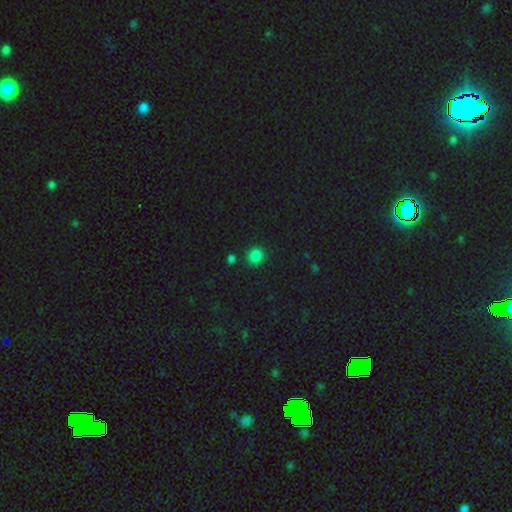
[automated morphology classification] A smooth galaxy with no disk features (81%) that is round (83%).

Vote fractions:
- Smooth or featured? smooth: 81% / star or artifact: 15% / featured or disk: 4%
- How rounded? round: 83% / in between: 16% / cigar-shaped: 1%
- Merging? none: 83% / minor disturbance: 9% / merger: 4% / major disturbance: 3%